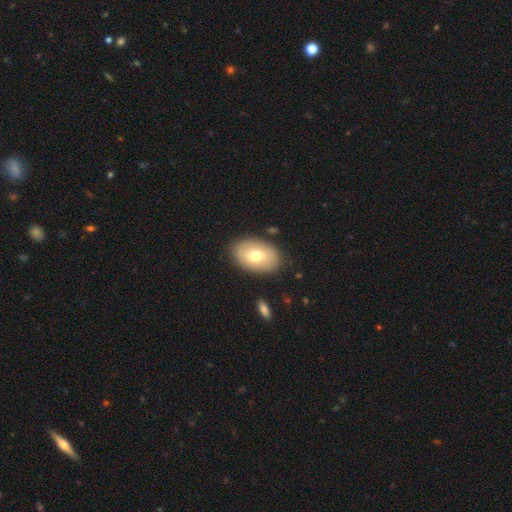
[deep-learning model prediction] A smooth galaxy with no disk features (66%) that is in between round and cigar-shaped (87%). Merging: none (85%).